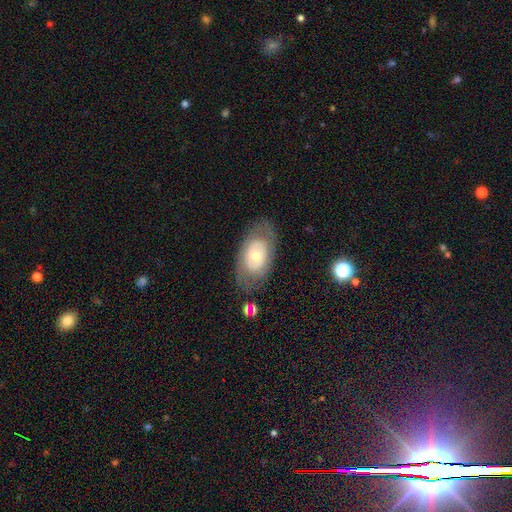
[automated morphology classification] Smooth or featured? Predicted: featured or disk (p=0.48). Merging? Predicted: none (p=0.75).